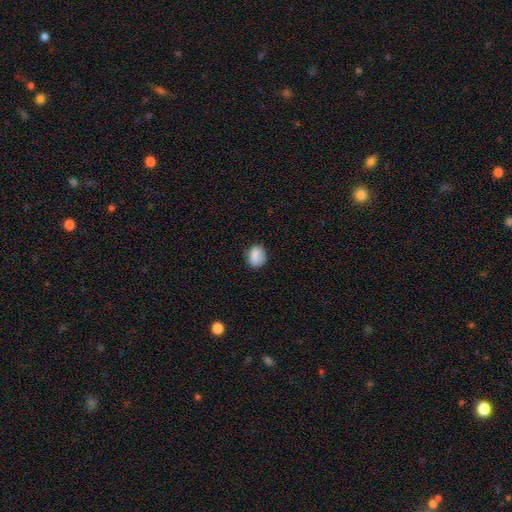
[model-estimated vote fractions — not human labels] Q: Smooth or featured?
A: smooth (82%); runner-up: featured or disk (9%)
Q: How rounded?
A: in between (57%); runner-up: round (41%)
Q: Merging?
A: none (74%); runner-up: minor disturbance (19%)